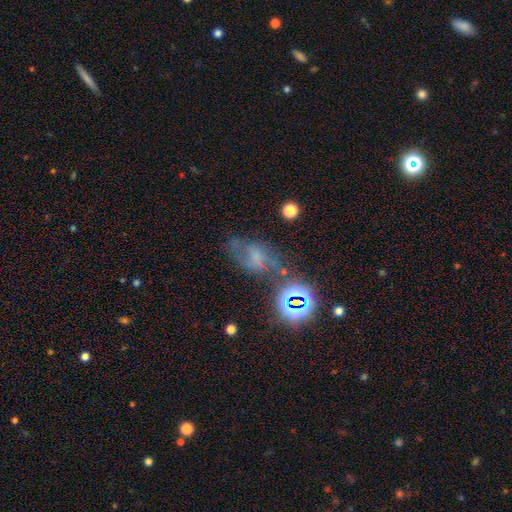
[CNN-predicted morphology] Smooth or featured? Predicted: featured or disk (p=0.47). Merging? Predicted: none (p=0.51).